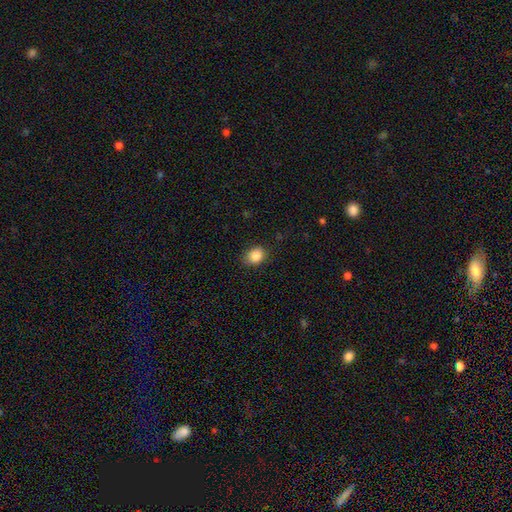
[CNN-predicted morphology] This appears to be a smooth galaxy with no disk features (86%) that is in between round and cigar-shaped (54%). Merging: none (82%).